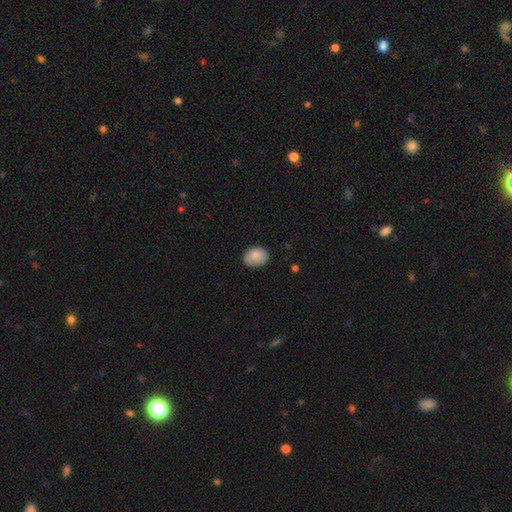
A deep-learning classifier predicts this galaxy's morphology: Overall: smooth (84%). How rounded: in between (68%; round 31%). Merging: none (78%).